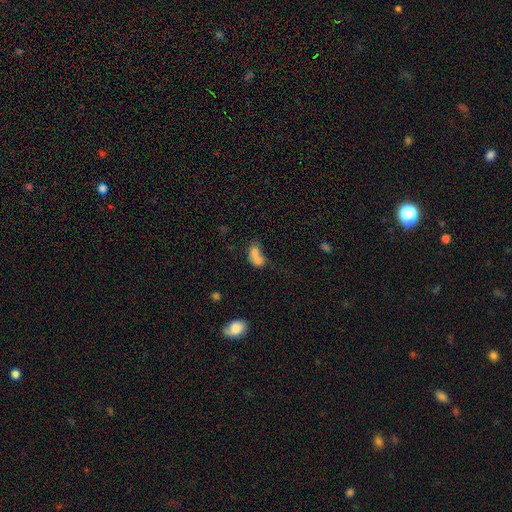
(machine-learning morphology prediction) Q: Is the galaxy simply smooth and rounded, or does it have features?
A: smooth — 72%.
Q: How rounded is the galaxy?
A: in between — 63%.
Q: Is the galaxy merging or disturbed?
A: merger — 71%.